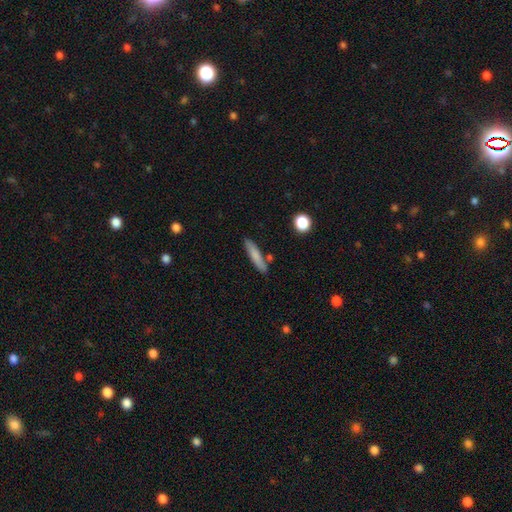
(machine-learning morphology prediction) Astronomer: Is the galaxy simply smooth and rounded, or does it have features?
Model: smooth — 75%.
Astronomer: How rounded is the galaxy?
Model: cigar-shaped — 86%.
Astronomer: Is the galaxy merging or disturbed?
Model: none — 80%.